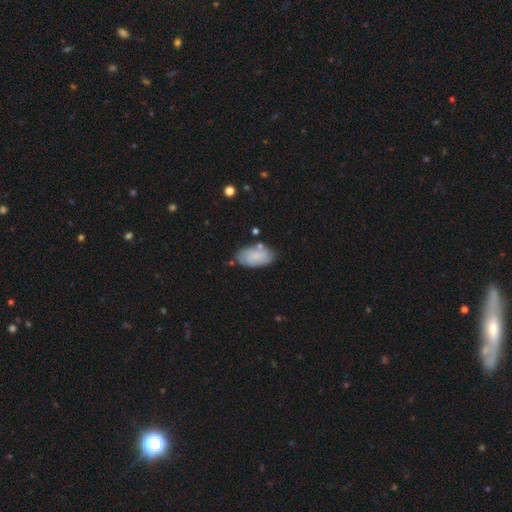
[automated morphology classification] A smooth galaxy with no disk features (76%) that is in between round and cigar-shaped (94%).

Vote fractions:
- Smooth or featured? smooth: 76% / featured or disk: 17% / star or artifact: 7%
- How rounded? in between: 94% / round: 4% / cigar-shaped: 2%
- Merging? none: 68% / minor disturbance: 21% / merger: 7% / major disturbance: 5%